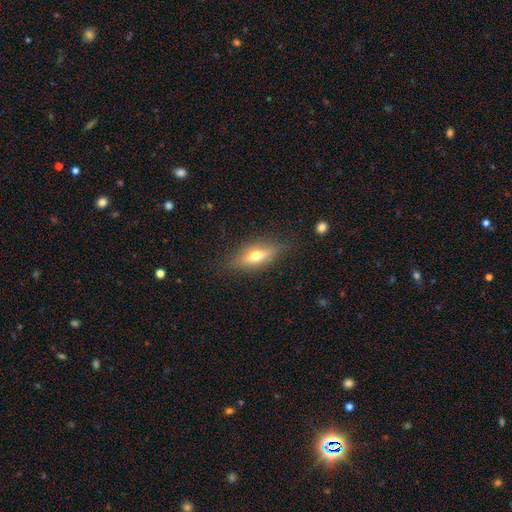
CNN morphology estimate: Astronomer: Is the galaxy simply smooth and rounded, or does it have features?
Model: featured or disk — 46%, tied with smooth at 46%.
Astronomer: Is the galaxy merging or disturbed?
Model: none — 83%.